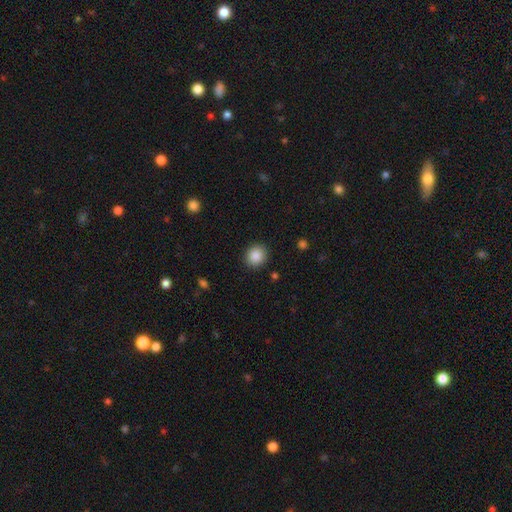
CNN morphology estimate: This appears to be a smooth galaxy with no disk features (88%) that is round (80%). Merging: none (90%).